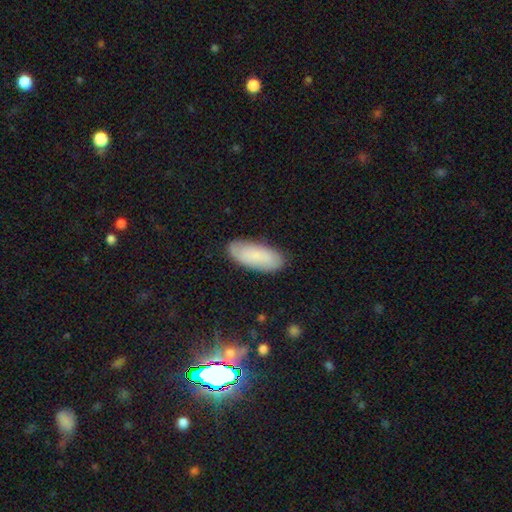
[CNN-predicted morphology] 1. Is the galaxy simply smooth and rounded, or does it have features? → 68% smooth, 23% featured or disk, 8% star or artifact.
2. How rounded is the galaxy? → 81% in between, 17% cigar-shaped, 2% round.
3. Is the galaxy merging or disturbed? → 83% none, 13% minor disturbance, 3% major disturbance, 1% merger.